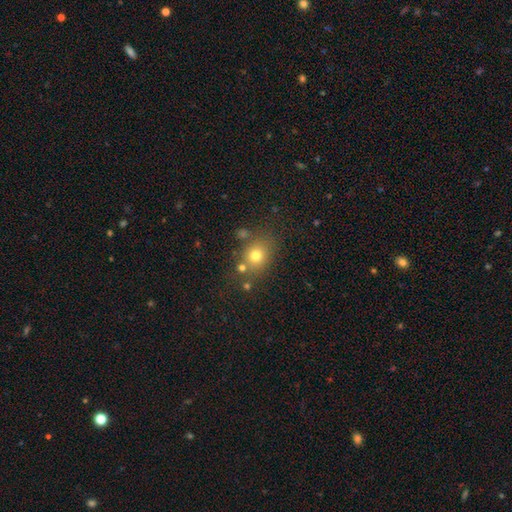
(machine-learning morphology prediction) This appears to be a smooth galaxy with no disk features (72%) that is round (63%). Merging: none (71%).